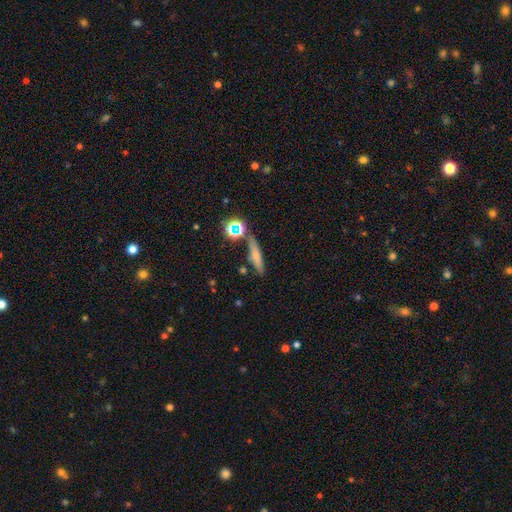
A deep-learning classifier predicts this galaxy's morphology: Smooth or featured? smooth (64%)
How rounded? cigar-shaped (77%)
Merging? none (73%)